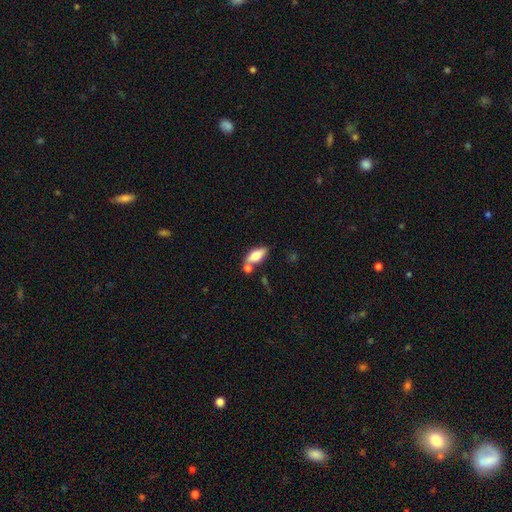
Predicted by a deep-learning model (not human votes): Overall: smooth (67%). How rounded: in between (79%). Merging: none (62%).